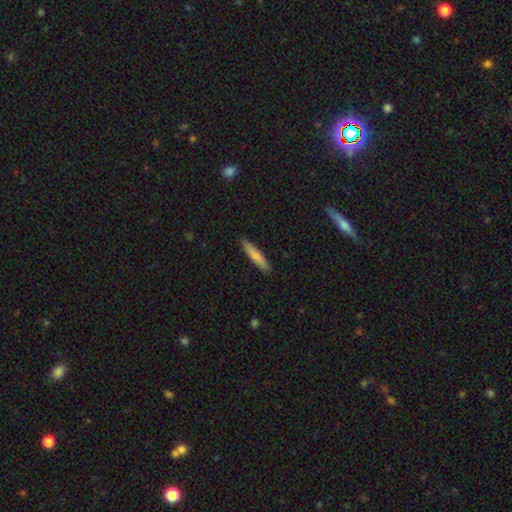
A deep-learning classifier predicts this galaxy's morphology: The model was most divided on "smooth or featured": smooth: 80%, featured or disk: 14%, star or artifact: 5%. More confident: merging — none (89%); how rounded — cigar-shaped (86%).